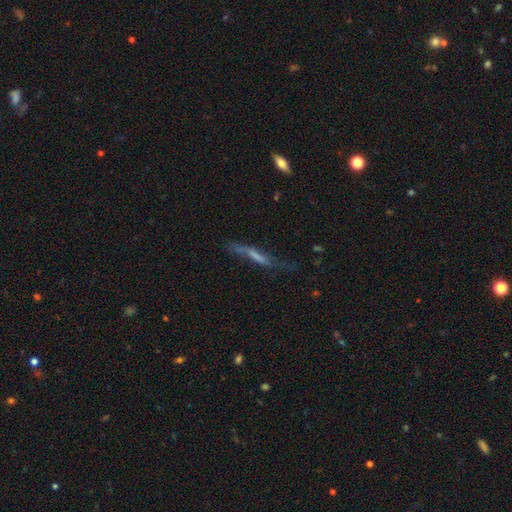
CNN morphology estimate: smooth-or-featured: featured or disk: 52% | smooth: 36% | star or artifact: 12%
  disk-edge-on: yes: 65% | no: 35%
  merging: none: 50% | minor disturbance: 26% | major disturbance: 20% | merger: 4%